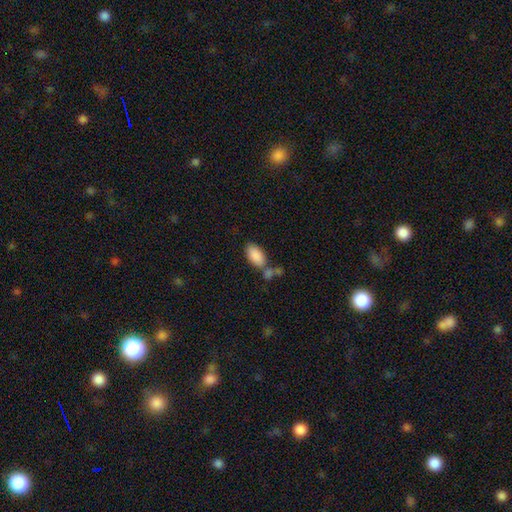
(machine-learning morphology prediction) A smooth galaxy with no disk features (88%) that is in between round and cigar-shaped (94%).

Vote fractions:
- Smooth or featured? smooth: 88% / star or artifact: 7% / featured or disk: 5%
- How rounded? in between: 94% / round: 3% / cigar-shaped: 3%
- Merging? none: 55% / merger: 25% / minor disturbance: 15% / major disturbance: 6%